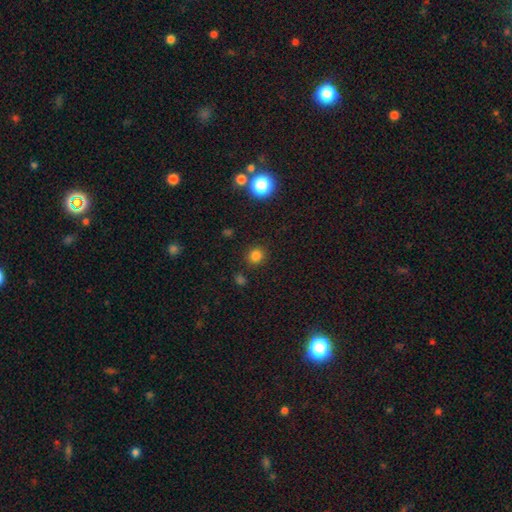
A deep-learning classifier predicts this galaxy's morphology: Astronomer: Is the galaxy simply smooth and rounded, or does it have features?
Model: smooth — 80%.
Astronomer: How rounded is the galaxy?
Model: round — 88%.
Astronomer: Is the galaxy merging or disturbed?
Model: none — 87%.